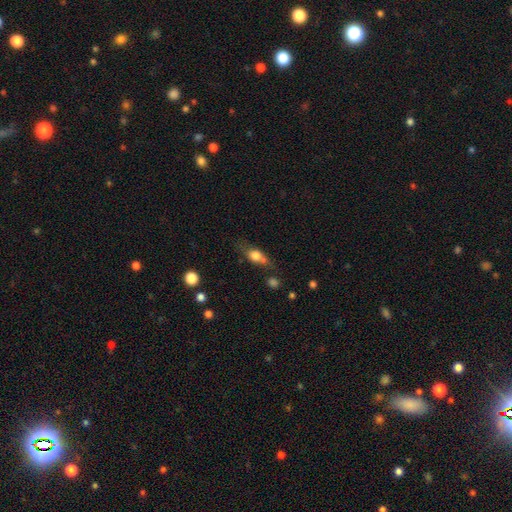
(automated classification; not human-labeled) Smooth or featured? Predicted: smooth (p=0.66). How rounded? Predicted: in between (p=0.59). Merging? Predicted: none (p=0.47).